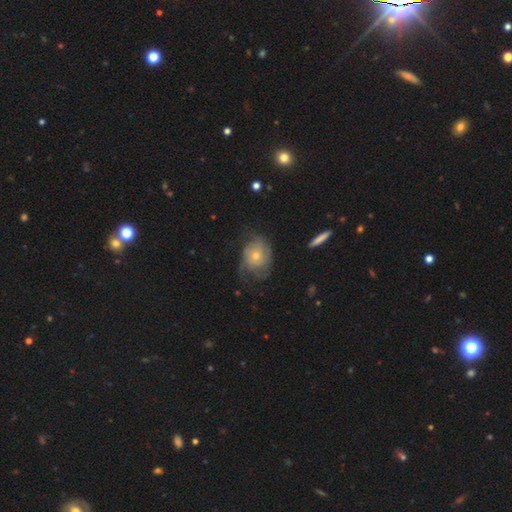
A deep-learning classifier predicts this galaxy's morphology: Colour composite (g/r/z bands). It shows a featured or disk galaxy (64%) with no bar (81%), tight (41%) spiral arms (82%) and a small central bulge (54%). Merging: none (50%).